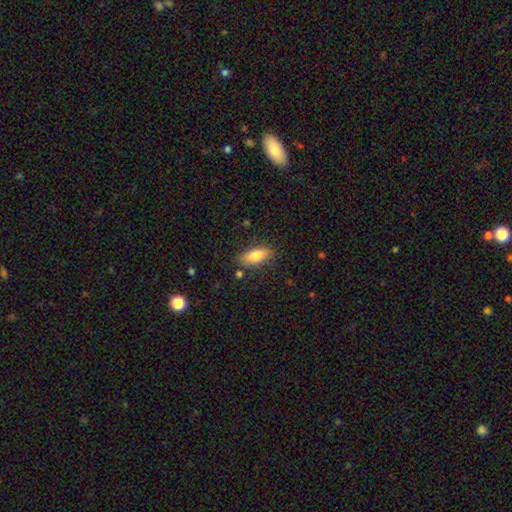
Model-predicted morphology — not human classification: This appears to be a smooth galaxy with no disk features (79%) that is in between round and cigar-shaped (79%). Merging: none (81%).